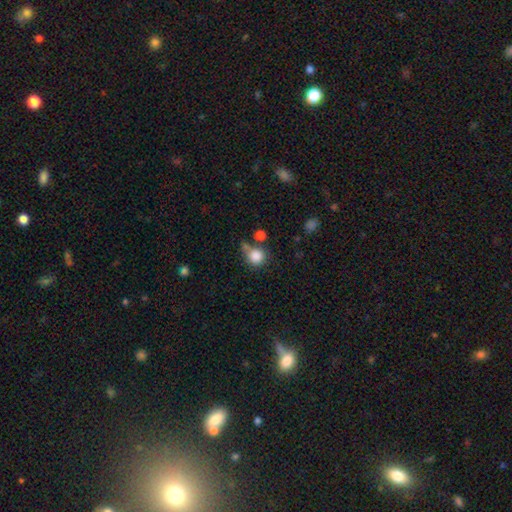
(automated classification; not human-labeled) smooth 84%, star or artifact 10%, featured or disk 6%. Down the decision tree: how rounded — round (88%); merging — none (53%).